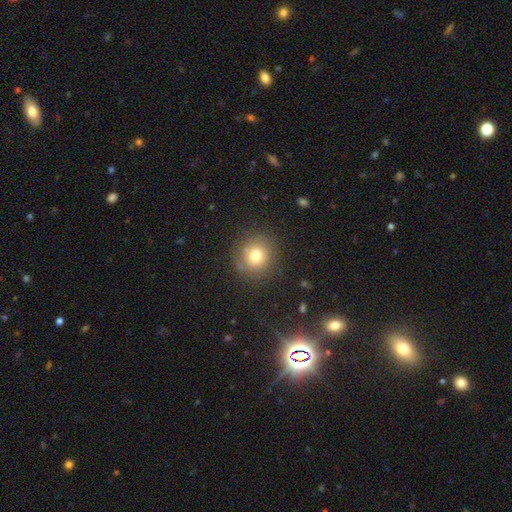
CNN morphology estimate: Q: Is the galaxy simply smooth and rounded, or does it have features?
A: smooth — 75%.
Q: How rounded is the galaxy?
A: round — 89%.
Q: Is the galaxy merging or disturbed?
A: none — 84%.